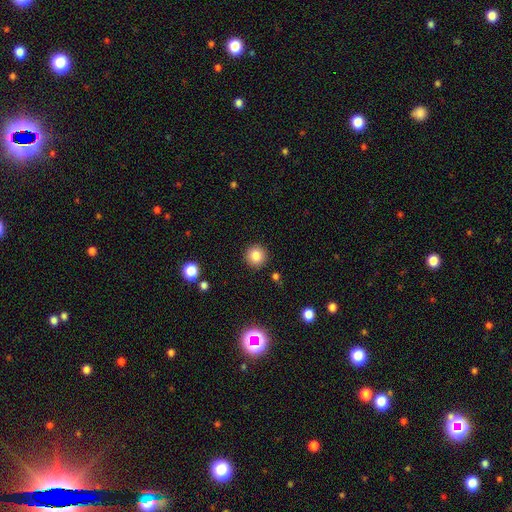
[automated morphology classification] The model was most divided on "smooth or featured": smooth: 83%, star or artifact: 11%, featured or disk: 6%. More confident: how rounded — round (95%); merging — none (91%).